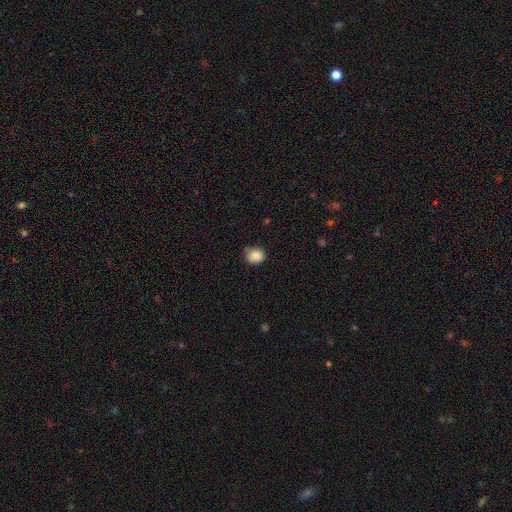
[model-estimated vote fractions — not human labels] Smooth or featured? smooth (85%)
How rounded? round (82%)
Merging? none (71%)